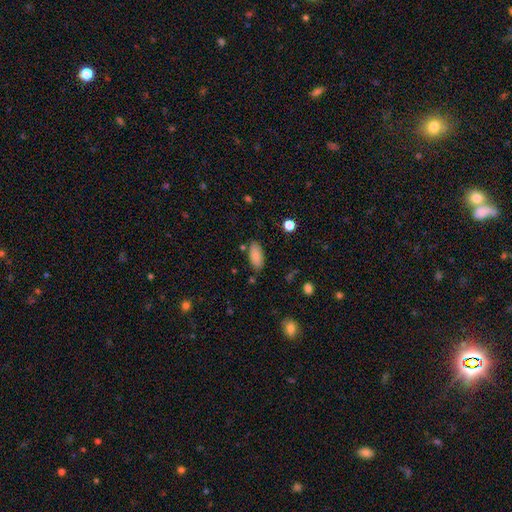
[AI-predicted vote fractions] Morphology: type=smooth (87%); roundness=in between (89%); merging=none (79%).